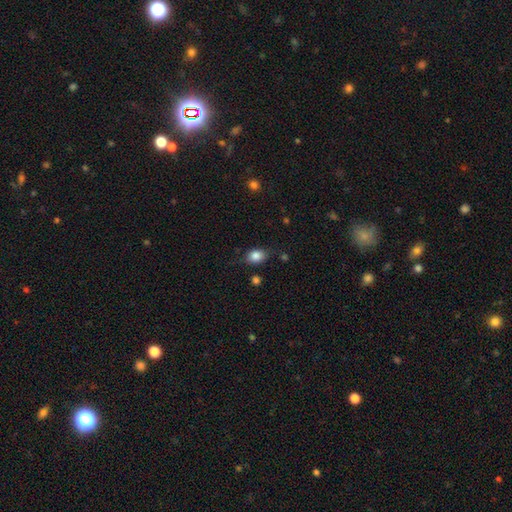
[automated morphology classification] smooth-or-featured: smooth: 84% | star or artifact: 9% | featured or disk: 7%
  how-rounded: in between: 63% | round: 35% | cigar-shaped: 2%
  merging: none: 73% | minor disturbance: 20% | major disturbance: 5% | merger: 2%